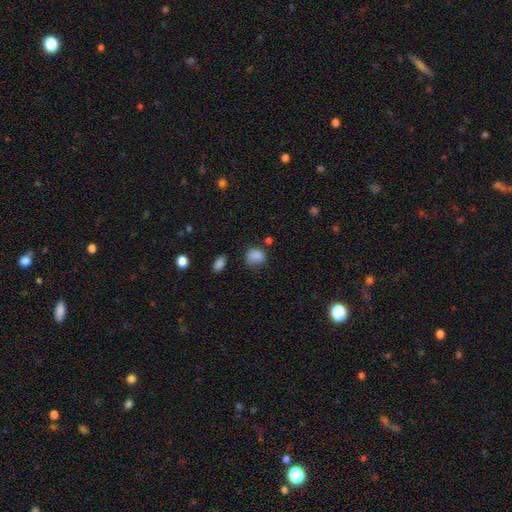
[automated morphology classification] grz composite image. It shows a smooth galaxy with no disk features (85%) that is round (65%). Merging: none (62%).